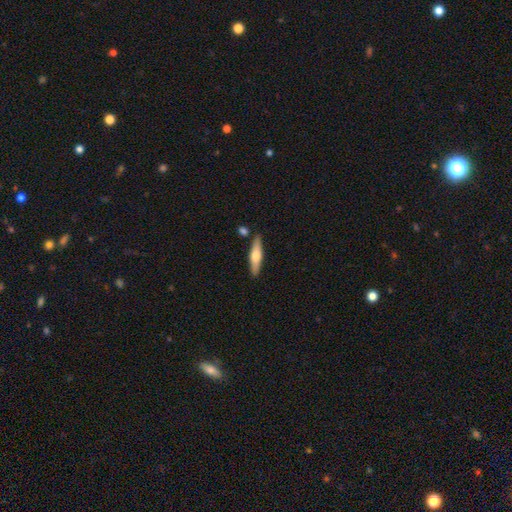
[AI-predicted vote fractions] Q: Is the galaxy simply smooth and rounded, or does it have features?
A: smooth — 53%.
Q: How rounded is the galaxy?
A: cigar-shaped — 75%.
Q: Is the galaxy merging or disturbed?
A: none — 84%.